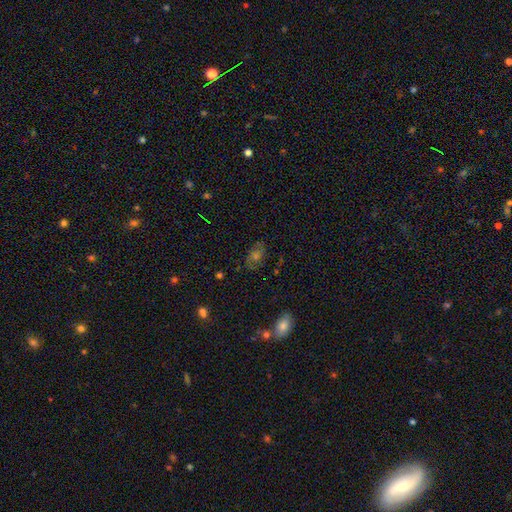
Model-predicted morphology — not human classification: smooth-or-featured: featured or disk: 43% | smooth: 31% | star or artifact: 26%
  merging: none: 77% | minor disturbance: 14% | major disturbance: 6% | merger: 2%